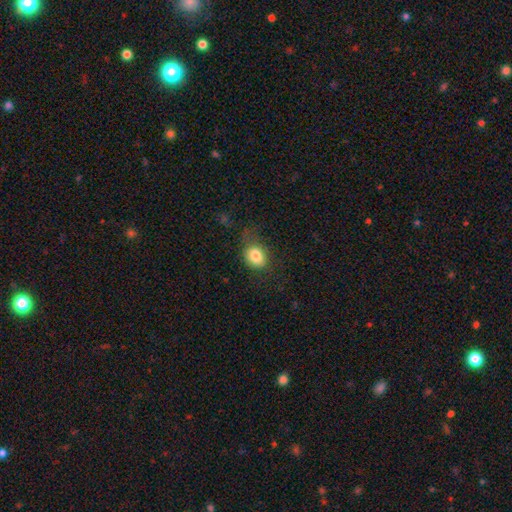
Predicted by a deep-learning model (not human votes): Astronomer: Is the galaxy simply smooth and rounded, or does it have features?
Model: smooth — 82%.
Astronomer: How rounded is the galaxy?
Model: in between — 60% (runner-up: round, 39%).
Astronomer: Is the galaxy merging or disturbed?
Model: none — 62%.